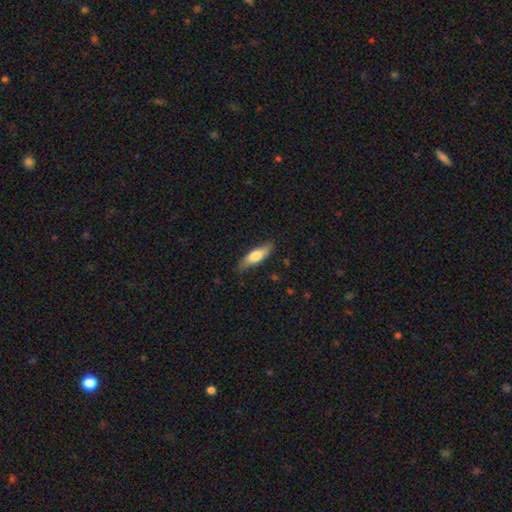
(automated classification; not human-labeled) Morphology: type=smooth (68%); roundness=in between (51%); merging=none (80%).